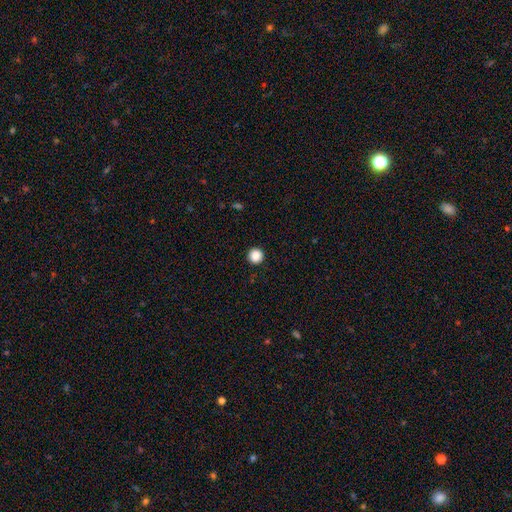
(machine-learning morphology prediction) Q: Smooth or featured?
A: smooth (88%); runner-up: star or artifact (10%)
Q: How rounded?
A: round (96%); runner-up: in between (3%)
Q: Merging?
A: none (93%); runner-up: minor disturbance (4%)